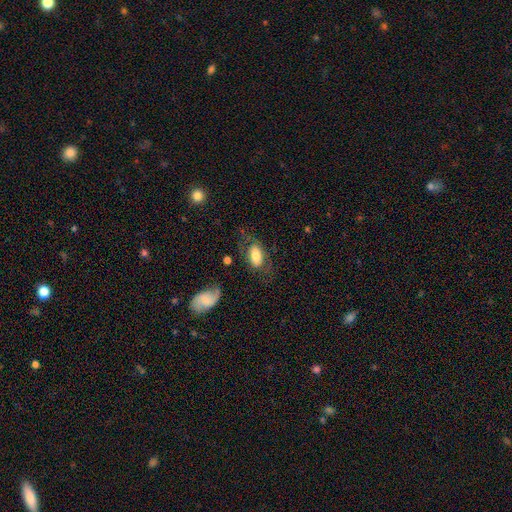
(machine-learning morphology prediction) smooth_or_featured: smooth (p=0.61) [alt: featured or disk p=0.32]
how_rounded: in between (p=0.91) [alt: round p=0.06]
merging: none (p=0.60) [alt: minor disturbance p=0.19]